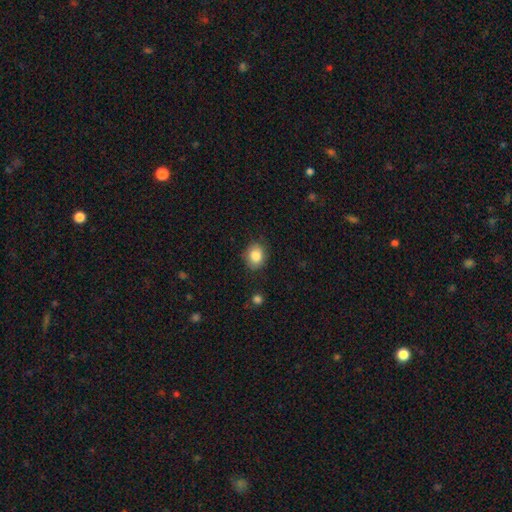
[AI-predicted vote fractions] Smooth or featured? smooth (85%)
How rounded? round (52%)
Merging? none (82%)